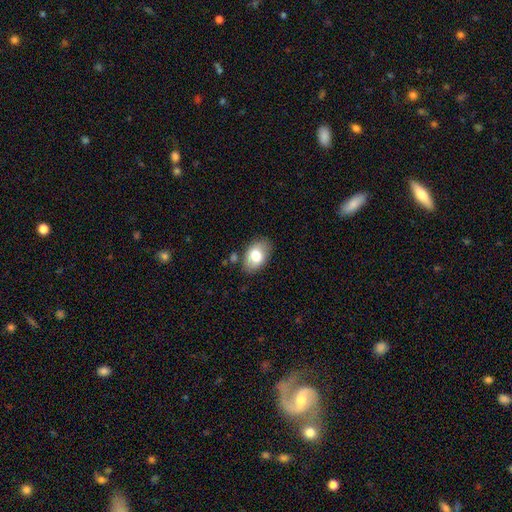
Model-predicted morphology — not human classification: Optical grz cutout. It shows a smooth galaxy with no disk features (76%) that is in between round and cigar-shaped (87%). Merging: none (78%).